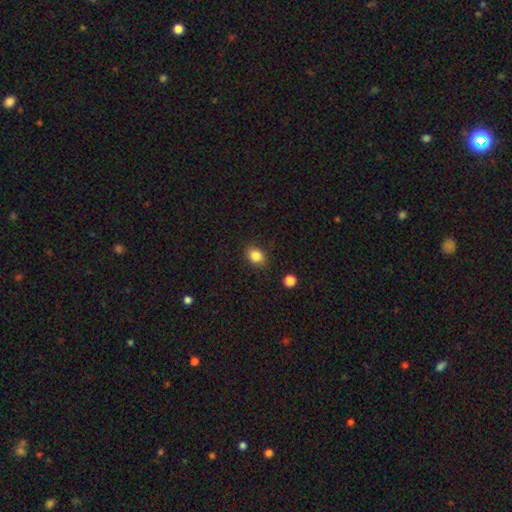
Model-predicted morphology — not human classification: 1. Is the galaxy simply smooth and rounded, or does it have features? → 85% smooth, 10% star or artifact, 5% featured or disk.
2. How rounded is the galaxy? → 56% in between, 43% round, 1% cigar-shaped.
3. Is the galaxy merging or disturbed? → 85% none, 11% minor disturbance, 3% major disturbance, 2% merger.